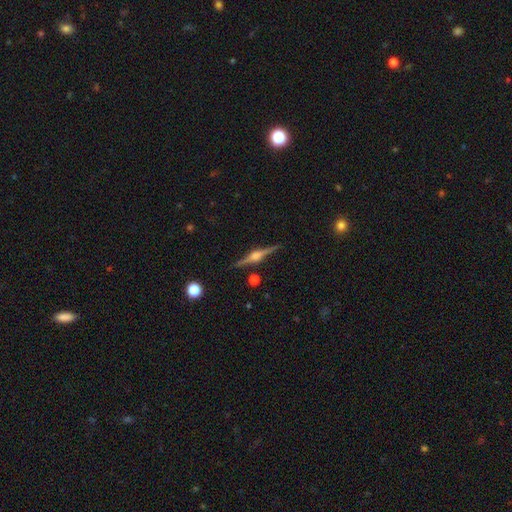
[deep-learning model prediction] The model was most divided on "smooth or featured": featured or disk: 86%, smooth: 9%, star or artifact: 6%. More confident: edge-on disk — yes (98%); edge-on bulge — rounded (90%); merging — none (90%).